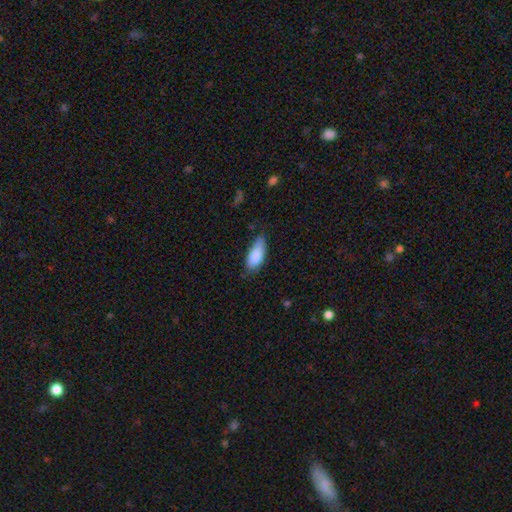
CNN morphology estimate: Q: Smooth or featured?
A: smooth (86%); runner-up: featured or disk (8%)
Q: How rounded?
A: in between (82%); runner-up: cigar-shaped (16%)
Q: Merging?
A: none (60%); runner-up: minor disturbance (32%)